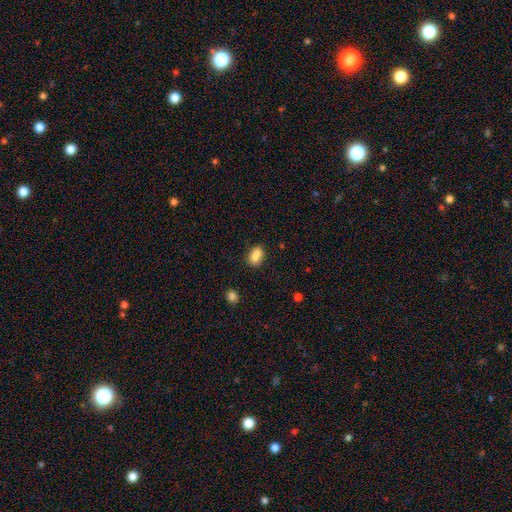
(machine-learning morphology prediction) Smooth or featured?
  - smooth: 81% *
  - star or artifact: 10%
  - featured or disk: 9%
How rounded?
  - in between: 77% *
  - round: 21%
  - cigar-shaped: 2%
Merging?
  - none: 58% *
  - merger: 19%
  - minor disturbance: 18%
  - major disturbance: 4%